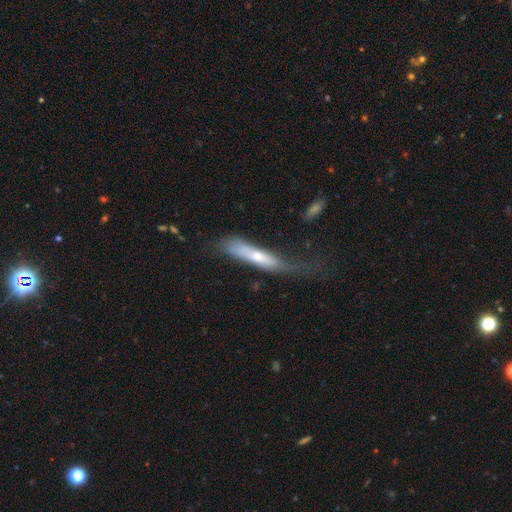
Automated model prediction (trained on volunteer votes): Q: Smooth or featured?
A: smooth (53%); runner-up: featured or disk (40%)
Q: How rounded?
A: cigar-shaped (84%); runner-up: in between (15%)
Q: Merging?
A: none (36%); runner-up: major disturbance (32%)